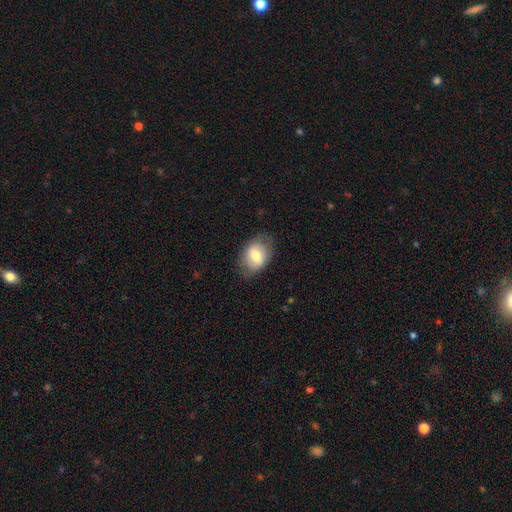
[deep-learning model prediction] Smooth or featured: smooth — 69% (featured or disk — 24%)
How rounded: in between — 77% (round — 22%)
Merging: none — 75% (minor disturbance — 18%)